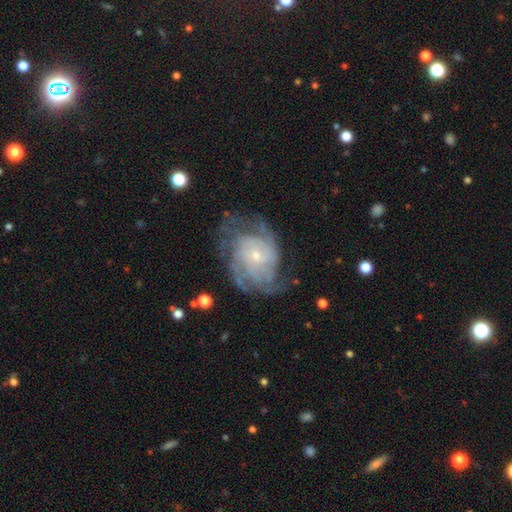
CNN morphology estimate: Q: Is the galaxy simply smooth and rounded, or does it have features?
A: featured or disk — 82%.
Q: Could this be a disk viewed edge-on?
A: no — 97%.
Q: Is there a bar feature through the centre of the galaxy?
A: no — 72%.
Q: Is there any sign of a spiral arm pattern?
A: yes — 91%.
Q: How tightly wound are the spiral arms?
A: tight — 52%.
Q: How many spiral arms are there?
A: can't tell — 41%.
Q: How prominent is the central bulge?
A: small — 72%.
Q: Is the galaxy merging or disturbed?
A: none — 59%.